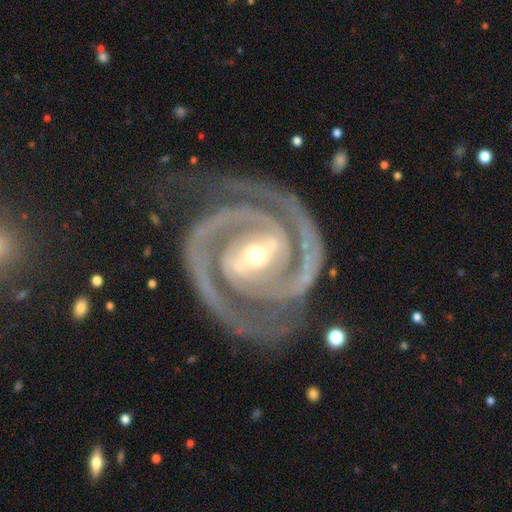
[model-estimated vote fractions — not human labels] Smooth or featured?
  - featured or disk: 95% *
  - star or artifact: 3%
  - smooth: 2%
Edge-on disk?
  - no: 98% *
  - yes: 2%
Bar?
  - strong: 51% *
  - weak: 32%
  - no: 17%
Spiral arms?
  - yes: 99% *
  - no: 1%
Spiral winding?
  - tight: 64% *
  - medium: 31%
  - loose: 5%
Spiral arm count?
  - 2: 88% *
  - 3: 4%
  - can't tell: 2%
  - 4: 2%
  - 1: 2%
  - more than 4: 2%
Bulge size?
  - small: 54% *
  - moderate: 43%
  - large: 2%
  - none: 1%
  - dominant: 1%
Merging?
  - none: 78% *
  - minor disturbance: 12%
  - major disturbance: 8%
  - merger: 2%